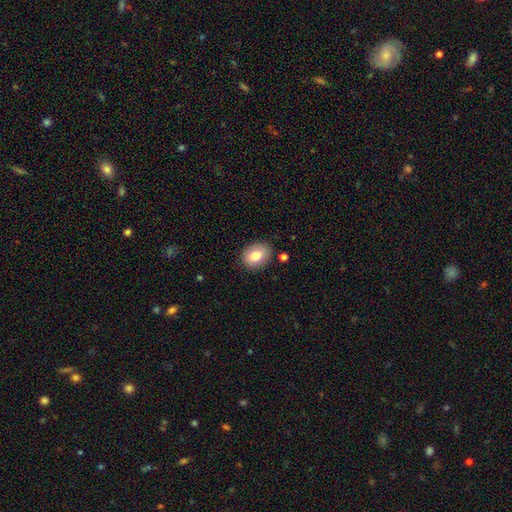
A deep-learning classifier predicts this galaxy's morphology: This appears to be a smooth galaxy with no disk features (80%) that is in between round and cigar-shaped (62%). Merging: none (84%).